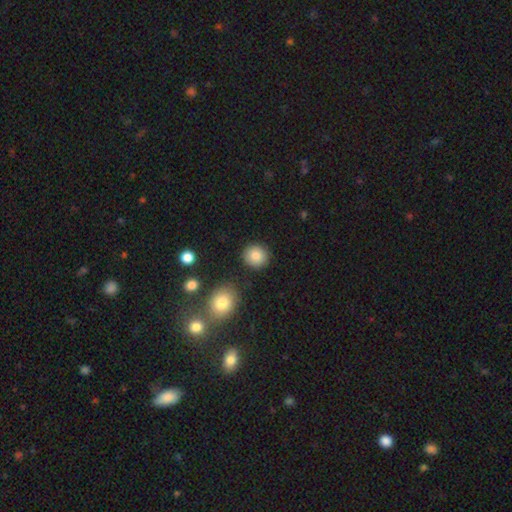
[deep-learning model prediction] Overall: smooth (84%). How rounded: round (88%). Merging: none (88%).